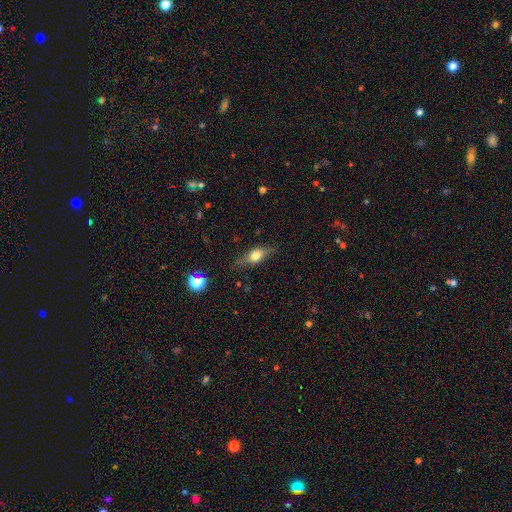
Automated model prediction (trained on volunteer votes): This is possibly a smooth galaxy (59%). How rounded: likely in between (63%). Merging: likely none (75%).